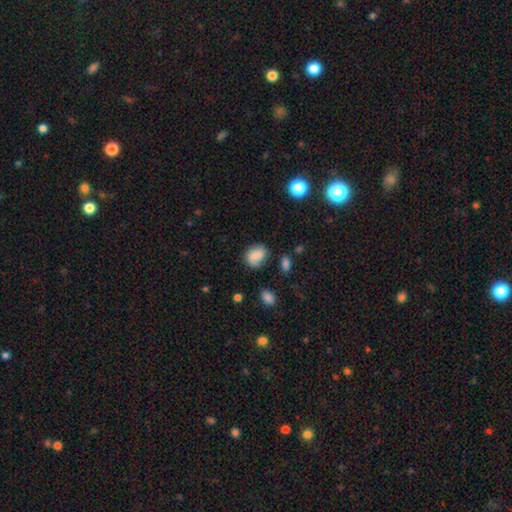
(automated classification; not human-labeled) The model was most divided on "how rounded": in between: 56%, round: 43%, cigar-shaped: 1%. More confident: smooth or featured — smooth (69%); merging — none (66%).